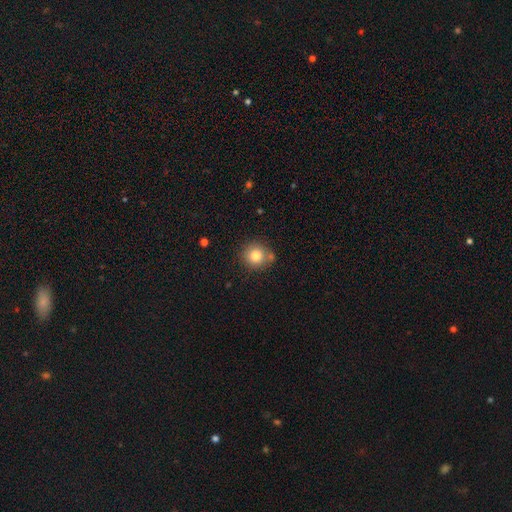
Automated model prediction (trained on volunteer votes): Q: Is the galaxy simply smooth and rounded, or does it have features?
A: smooth — 80%.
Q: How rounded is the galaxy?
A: round — 91%.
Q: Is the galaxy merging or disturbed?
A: none — 73%.